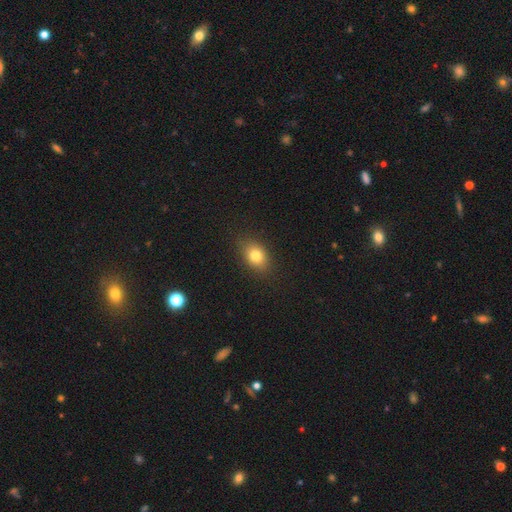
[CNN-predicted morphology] smooth 80%, star or artifact 10%, featured or disk 9%. Down the decision tree: how rounded — in between (70%); merging — none (86%).